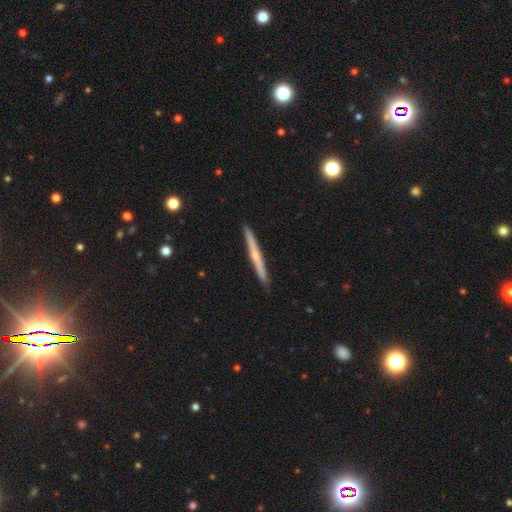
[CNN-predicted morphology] Smooth or featured? featured or disk (59%)
Edge-on disk? yes (97%)
Edge-on bulge? rounded (52%)
Merging? none (92%)